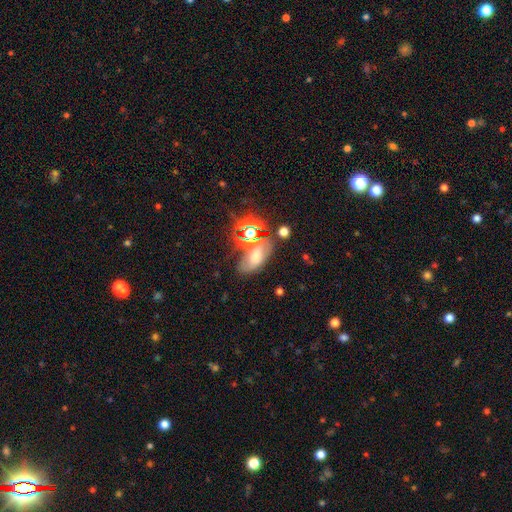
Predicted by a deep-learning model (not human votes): smooth 39% (tied), star or artifact 39% (tied), featured or disk 21%. Down the decision tree: merging — none (52%).